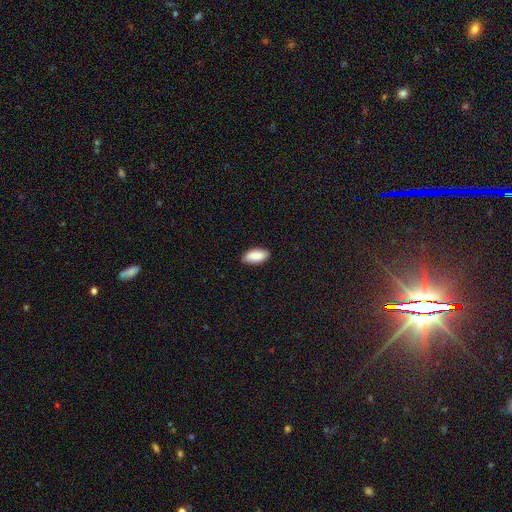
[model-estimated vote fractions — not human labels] smooth 87%, featured or disk 7%, star or artifact 6%. Down the decision tree: how rounded — in between (91%); merging — none (85%).